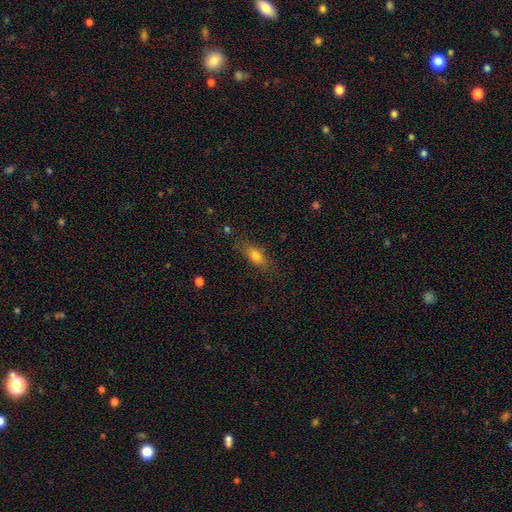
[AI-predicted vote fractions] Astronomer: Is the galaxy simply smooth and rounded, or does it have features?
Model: smooth — 74%.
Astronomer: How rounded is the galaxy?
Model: in between — 70%.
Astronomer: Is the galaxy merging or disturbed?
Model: none — 77%.